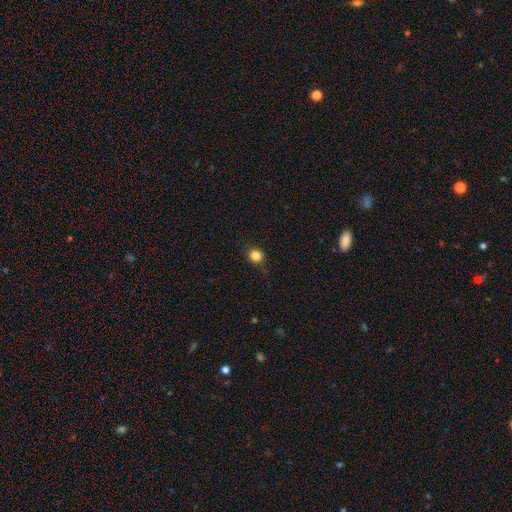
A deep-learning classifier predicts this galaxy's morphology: Q: Smooth or featured?
A: smooth (83%); runner-up: star or artifact (12%)
Q: How rounded?
A: round (85%); runner-up: in between (14%)
Q: Merging?
A: none (85%); runner-up: minor disturbance (11%)